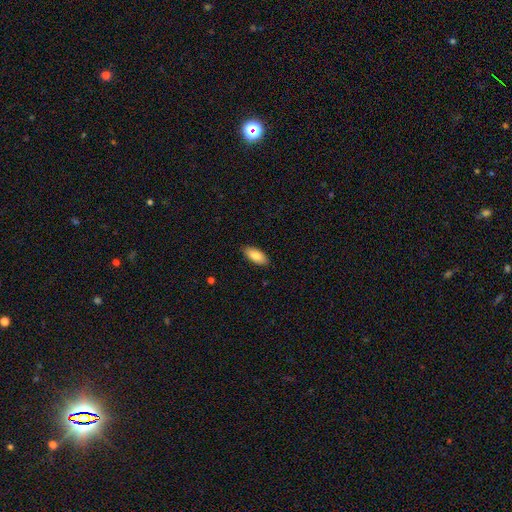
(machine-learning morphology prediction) The model was most divided on "smooth or featured": smooth: 83%, featured or disk: 10%, star or artifact: 6%. More confident: merging — none (88%); how rounded — in between (87%).